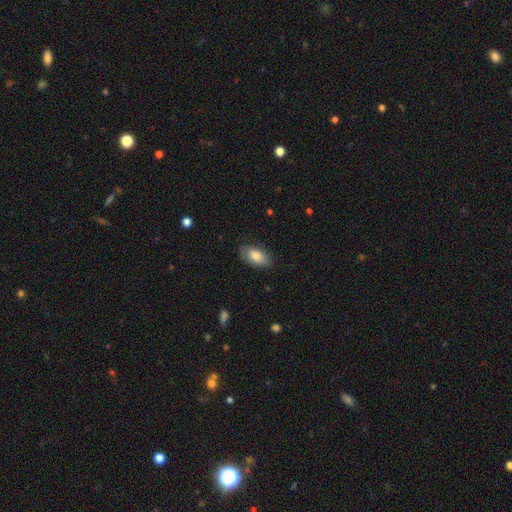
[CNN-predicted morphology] type=smooth (80%); roundness=in between (92%); merging=none (79%).